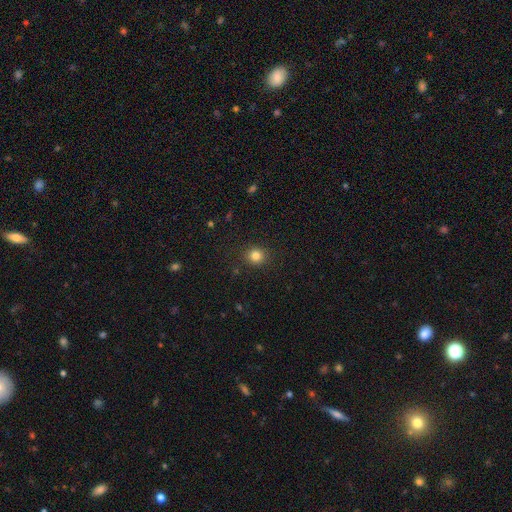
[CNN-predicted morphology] Q: Smooth or featured?
A: smooth (82%); runner-up: star or artifact (13%)
Q: How rounded?
A: round (85%); runner-up: in between (14%)
Q: Merging?
A: none (89%); runner-up: minor disturbance (7%)